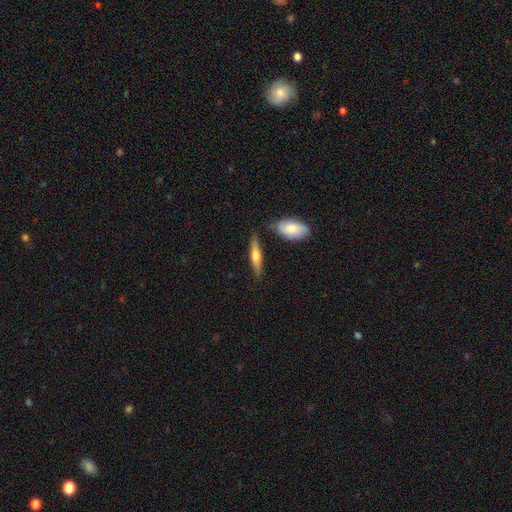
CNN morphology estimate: smooth 51%, featured or disk 43%, star or artifact 6%. Down the decision tree: how rounded — cigar-shaped (71%); merging — none (74%).